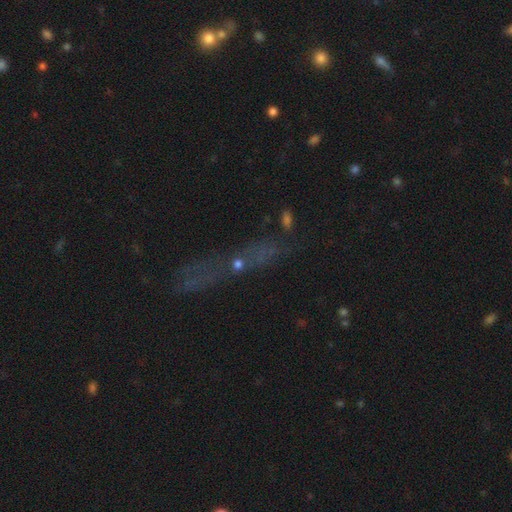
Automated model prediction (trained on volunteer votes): Overall: star or artifact (43%; smooth 32%).